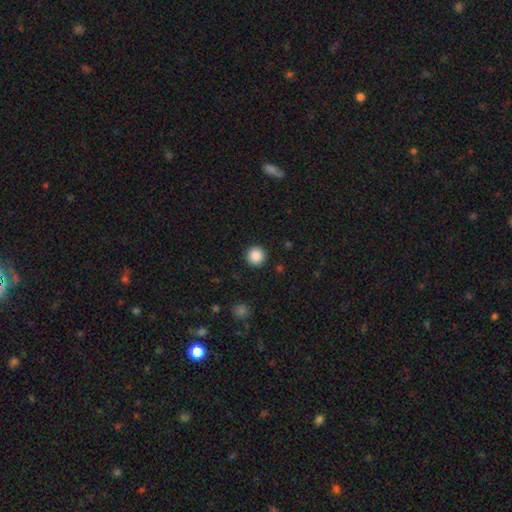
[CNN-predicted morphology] This is clearly a smooth galaxy (88%). How rounded: clearly round (95%). Merging: clearly none (92%).